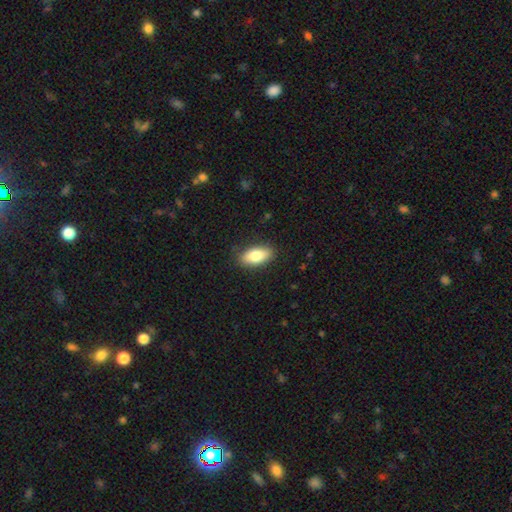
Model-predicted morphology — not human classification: This appears to be a smooth galaxy with no disk features (80%) that is in between round and cigar-shaped (89%). Merging: none (86%).